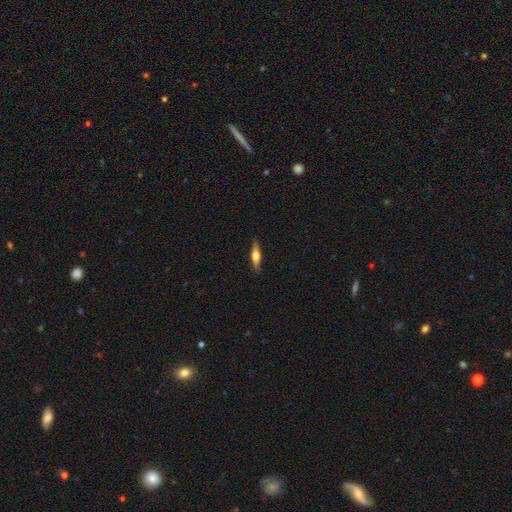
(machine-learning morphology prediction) smooth_or_featured: smooth (p=0.47) [tied with: featured or disk p=0.47]
merging: none (p=0.88) [alt: minor disturbance p=0.09]